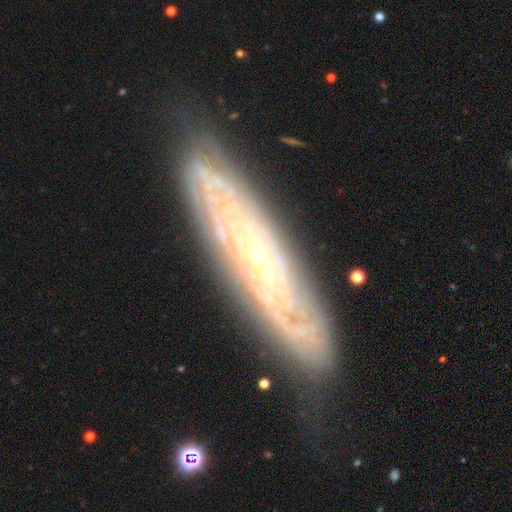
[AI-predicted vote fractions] Morphology: type=featured or disk (84%); edge-on=no (78%); bar=no (72%); spiral arms=yes (95%); winding=tight (79%); arm count=can't tell (48%); bulge=small (78%); merging=none (79%).